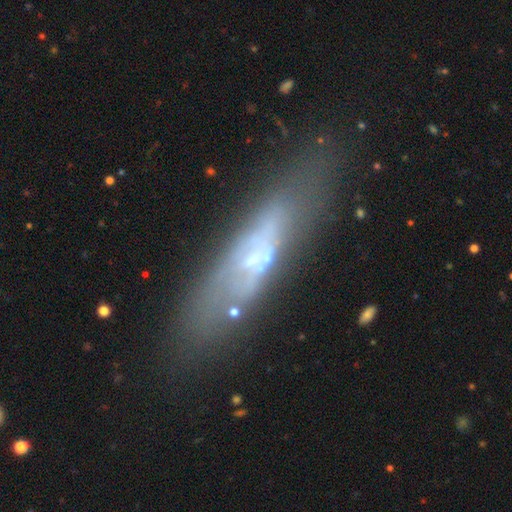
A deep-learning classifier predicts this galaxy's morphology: Smooth or featured: featured or disk — 56% (smooth — 31%)
Edge-on disk: no — 51% (yes — 49%)
Merging: none — 65% (minor disturbance — 19%)